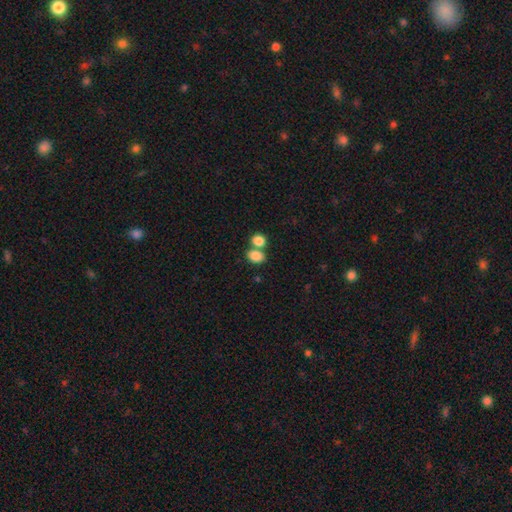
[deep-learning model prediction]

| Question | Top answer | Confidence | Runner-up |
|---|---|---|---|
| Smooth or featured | smooth | 84% | star or artifact (9%) |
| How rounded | in between | 63% | round (36%) |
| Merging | none | 46% | merger (42%) |